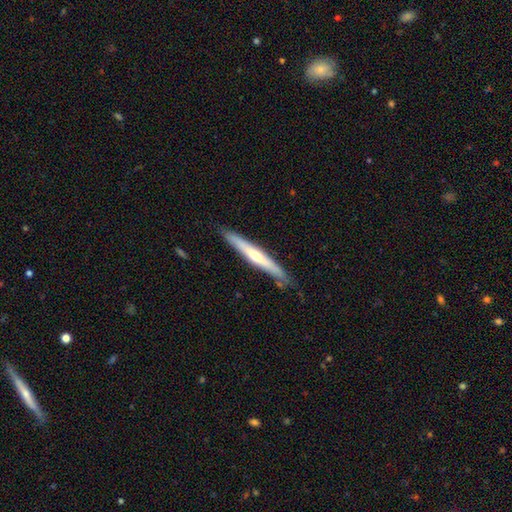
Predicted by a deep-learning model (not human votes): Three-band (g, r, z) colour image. It shows a featured or disk galaxy (54%) viewed edge-on (92%). Merging: none (84%).